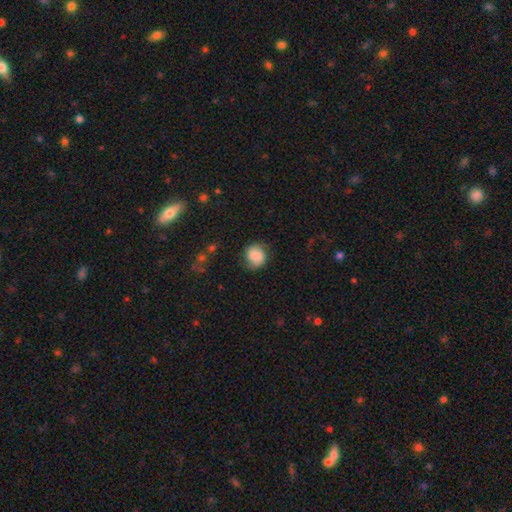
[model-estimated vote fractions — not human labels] Overall: smooth (71%). How rounded: round (80%). Merging: none (74%).